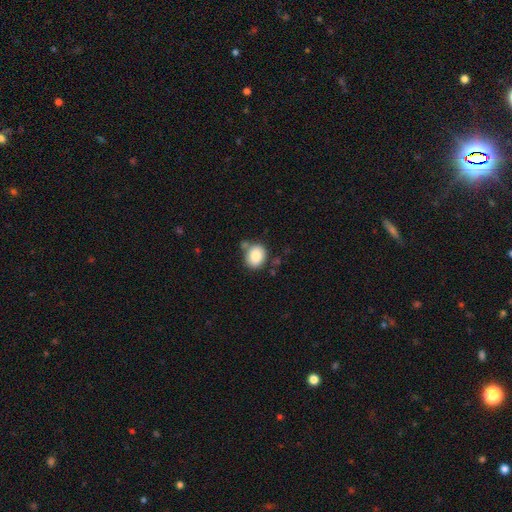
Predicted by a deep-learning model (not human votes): The model was most divided on "how rounded": round: 50%, in between: 49%, cigar-shaped: 1%. More confident: smooth or featured — smooth (85%); merging — none (66%).